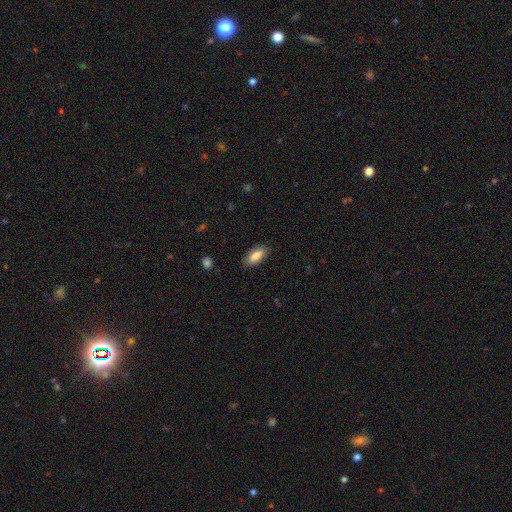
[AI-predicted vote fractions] Overall: smooth (83%). How rounded: in between (86%). Merging: none (86%).